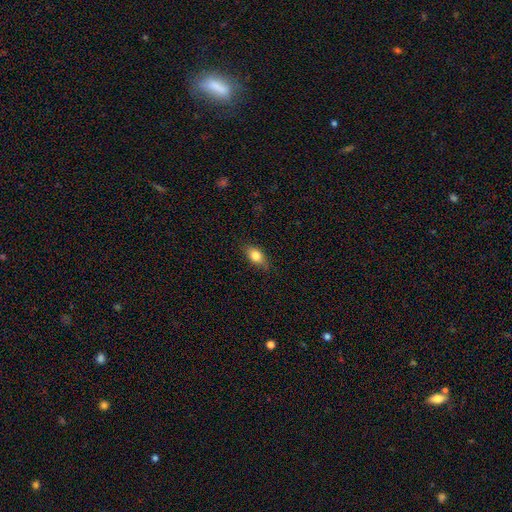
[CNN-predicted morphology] A smooth galaxy with no disk features (80%) that is in between round and cigar-shaped (82%). Merging: none (79%).